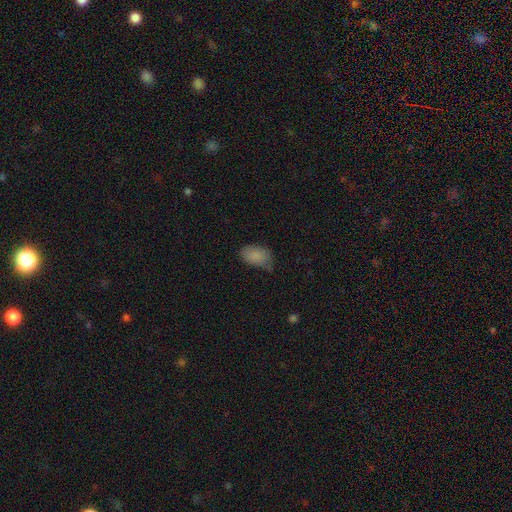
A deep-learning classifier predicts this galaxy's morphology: Q: Smooth or featured?
A: smooth (86%); runner-up: star or artifact (8%)
Q: How rounded?
A: in between (90%); runner-up: round (8%)
Q: Merging?
A: none (52%); runner-up: minor disturbance (37%)